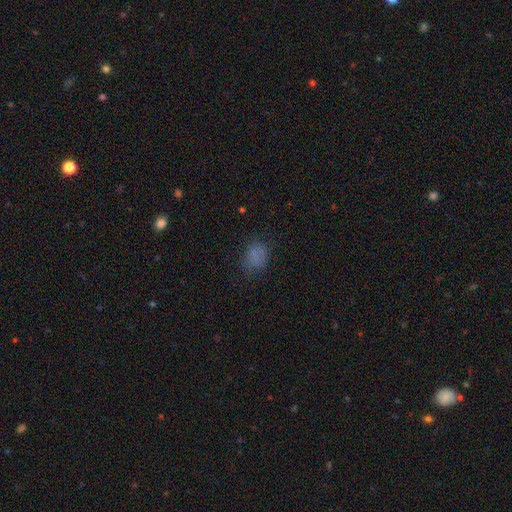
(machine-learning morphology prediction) smooth_or_featured: smooth (p=0.68) [alt: star or artifact p=0.18]
how_rounded: in between (p=0.67) [alt: round p=0.32]
merging: none (p=0.63) [alt: minor disturbance p=0.21]